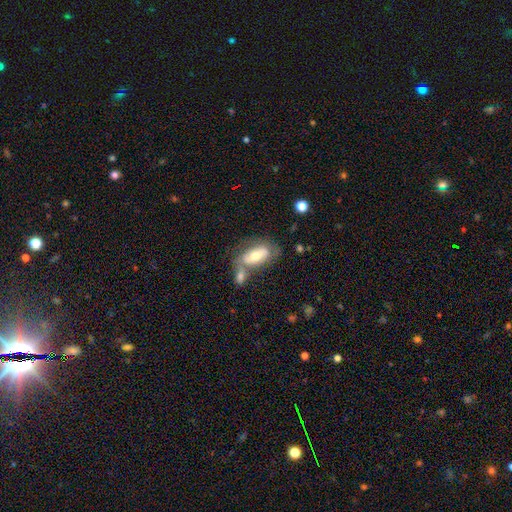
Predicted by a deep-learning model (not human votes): Overall: smooth (59%; featured or disk 35%). How rounded: in between (86%). Merging: none (41%; merger 36%).